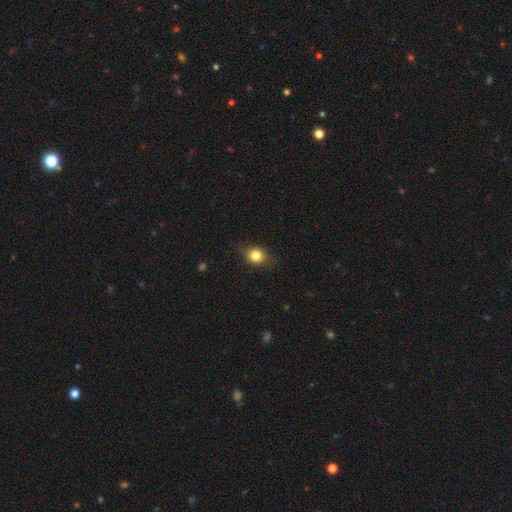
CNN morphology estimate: Overall: smooth (78%). How rounded: round (68%; in between 31%). Merging: none (74%).